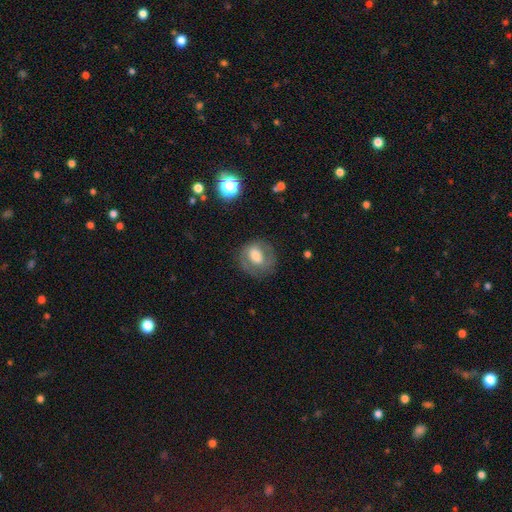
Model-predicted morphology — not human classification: Q: Smooth or featured?
A: smooth (46%); tied with: featured or disk (46%)
Q: Merging?
A: none (72%); runner-up: minor disturbance (16%)